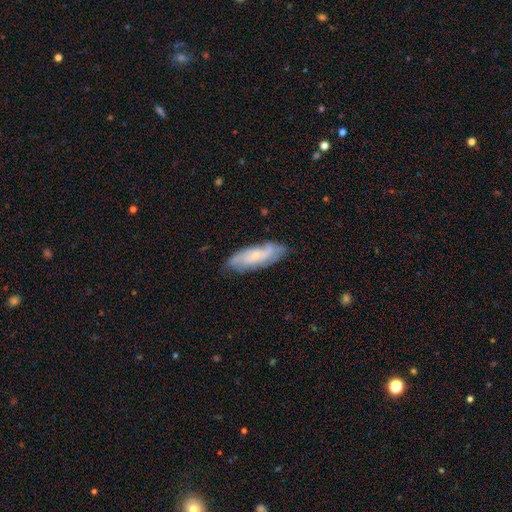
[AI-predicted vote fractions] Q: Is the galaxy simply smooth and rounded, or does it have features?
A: featured or disk — 60%.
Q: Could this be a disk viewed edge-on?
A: no — 85%.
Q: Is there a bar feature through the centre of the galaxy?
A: no — 63%.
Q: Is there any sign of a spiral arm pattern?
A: yes — 87%.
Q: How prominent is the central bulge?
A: small — 65%.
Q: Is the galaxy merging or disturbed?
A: none — 73%.